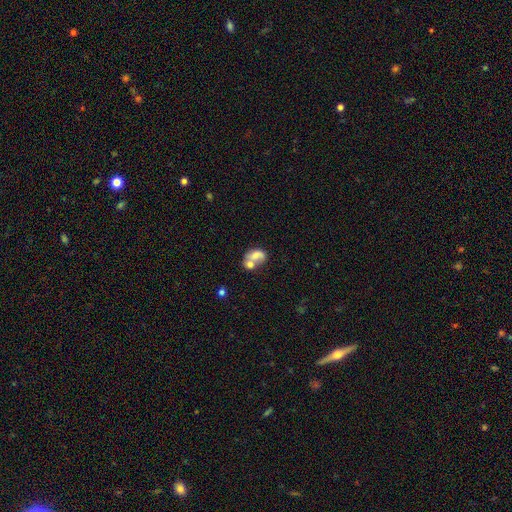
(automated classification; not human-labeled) This appears to be a smooth galaxy with no disk features (61%) that is in between round and cigar-shaped (73%). Merging: merger (61%).